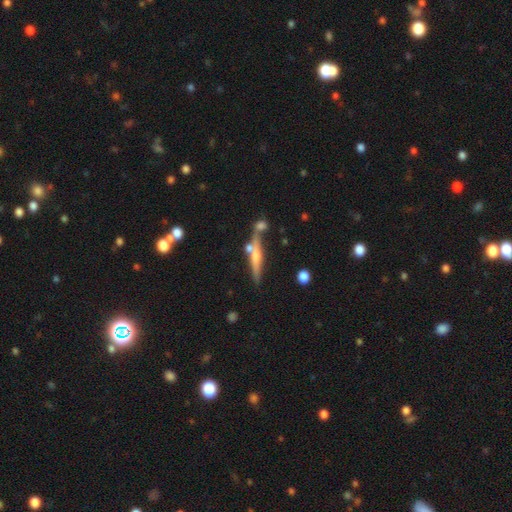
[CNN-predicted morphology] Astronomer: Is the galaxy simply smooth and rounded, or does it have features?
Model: featured or disk — 61%.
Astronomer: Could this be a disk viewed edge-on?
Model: yes — 92%.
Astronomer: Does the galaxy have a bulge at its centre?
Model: rounded — 69%.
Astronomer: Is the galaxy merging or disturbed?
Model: none — 64%.